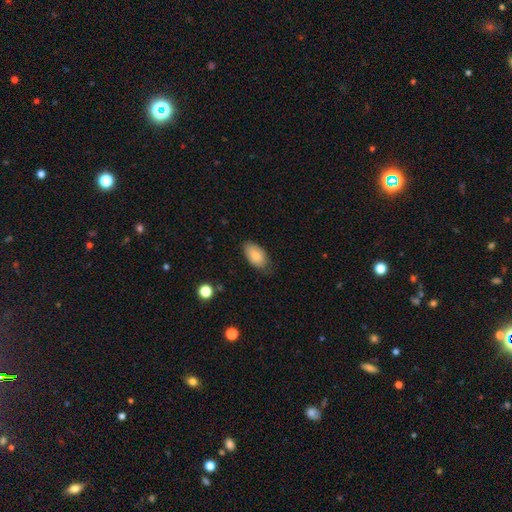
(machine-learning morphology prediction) smooth-or-featured: smooth: 82% | featured or disk: 12% | star or artifact: 7%
  how-rounded: in between: 93% | round: 5% | cigar-shaped: 2%
  merging: none: 69% | minor disturbance: 26% | major disturbance: 5% | merger: 1%